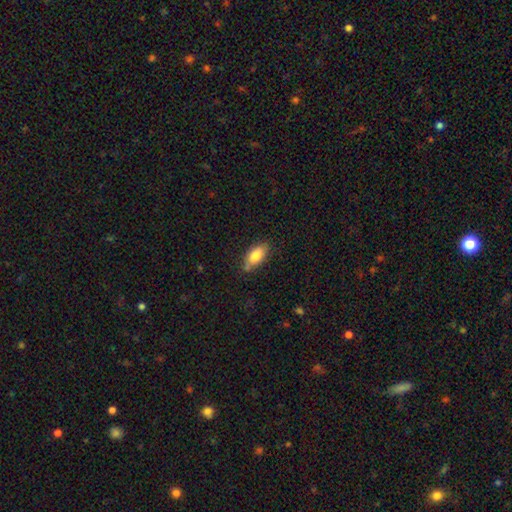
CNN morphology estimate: Smooth or featured: smooth — 82% (featured or disk — 12%)
How rounded: in between — 88% (cigar-shaped — 9%)
Merging: none — 71% (minor disturbance — 21%)